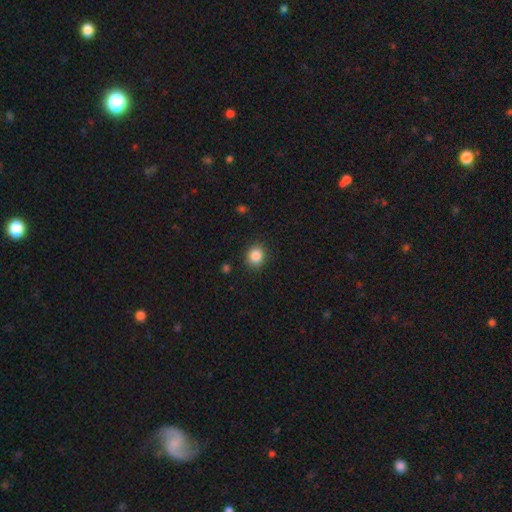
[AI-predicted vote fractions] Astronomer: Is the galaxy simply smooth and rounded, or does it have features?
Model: smooth — 86%.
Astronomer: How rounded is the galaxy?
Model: round — 74%.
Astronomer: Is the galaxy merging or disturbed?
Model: none — 88%.